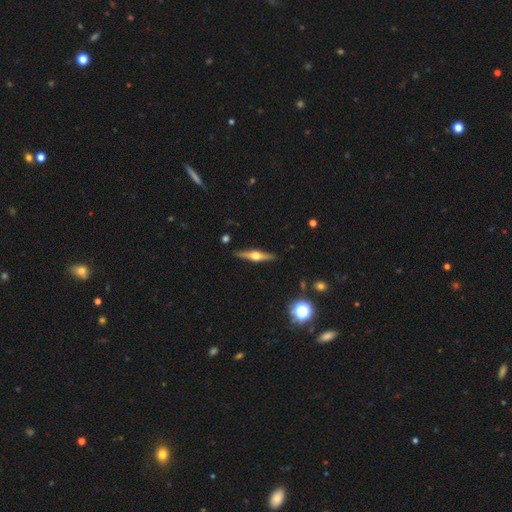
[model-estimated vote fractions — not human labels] Morphology: type=featured or disk (73%); edge-on=yes (97%); edge-on bulge=rounded (95%); merging=none (90%).